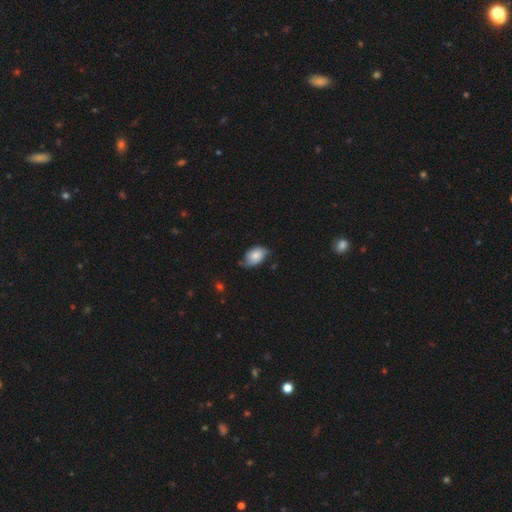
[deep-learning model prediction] This is likely a smooth galaxy (67%). How rounded: clearly in between (87%). Merging: possibly none (53%).